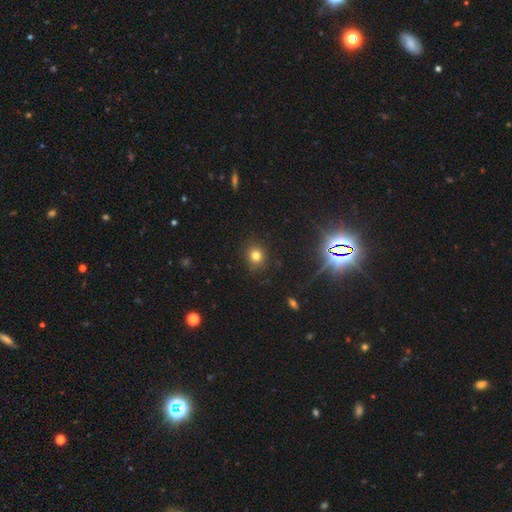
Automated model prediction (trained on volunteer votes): This is likely a smooth galaxy (76%). How rounded: clearly round (83%). Merging: clearly none (88%).